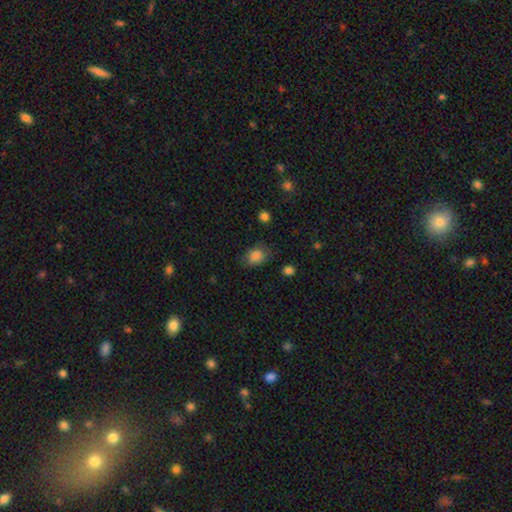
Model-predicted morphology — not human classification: Overall: smooth (85%). How rounded: in between (61%; round 38%). Merging: none (72%).